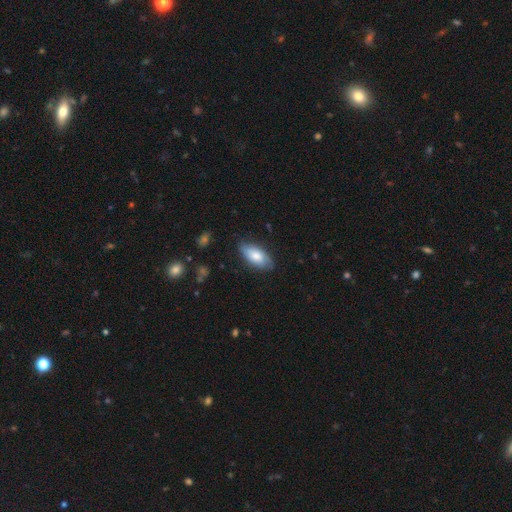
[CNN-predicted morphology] A smooth galaxy with no disk features (67%) that is in between round and cigar-shaped (90%). Merging: none (75%).